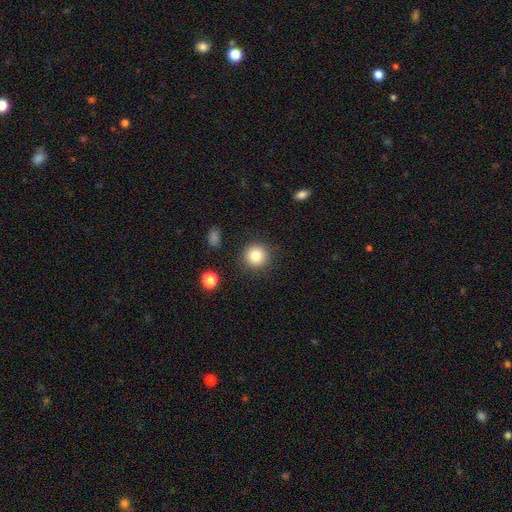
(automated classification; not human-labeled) Smooth or featured: smooth — 82% (star or artifact — 11%)
How rounded: round — 94% (in between — 5%)
Merging: none — 88% (minor disturbance — 7%)